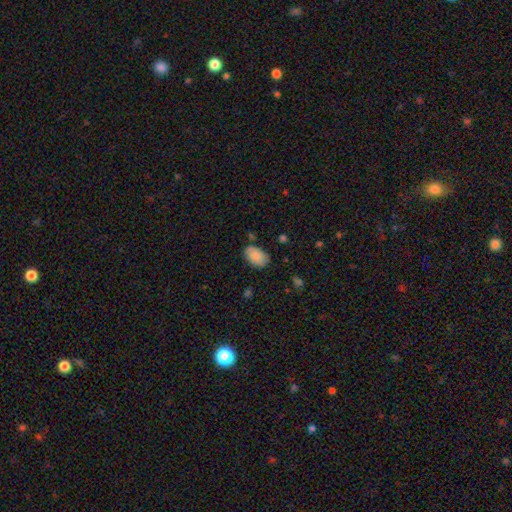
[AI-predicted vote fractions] The model was most divided on "merging": none: 77%, minor disturbance: 16%, major disturbance: 4%, merger: 3%. More confident: how rounded — in between (91%); smooth or featured — smooth (88%).